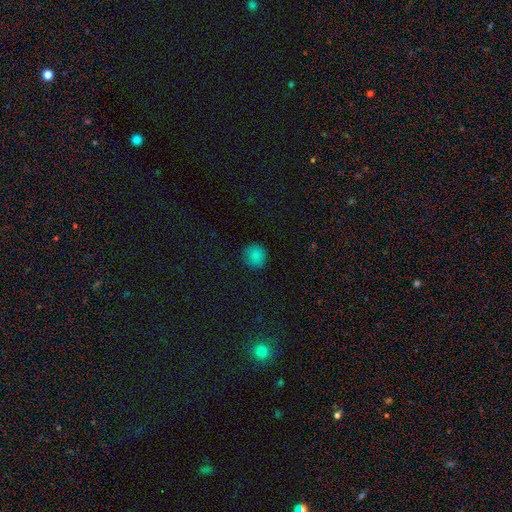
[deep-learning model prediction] Smooth or featured?
  - smooth: 84% *
  - star or artifact: 13%
  - featured or disk: 4%
How rounded?
  - round: 92% *
  - in between: 7%
  - cigar-shaped: 1%
Merging?
  - none: 88% *
  - minor disturbance: 9%
  - major disturbance: 2%
  - merger: 1%